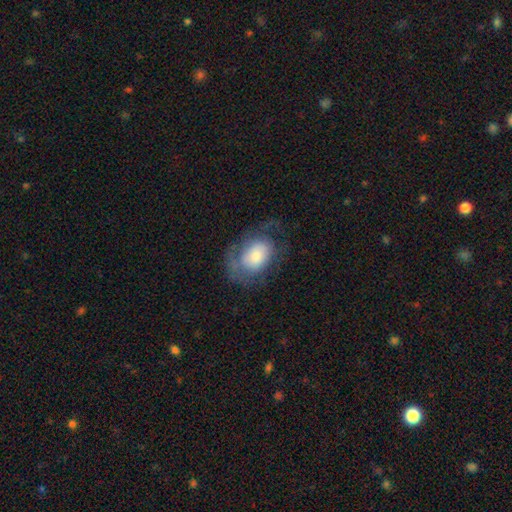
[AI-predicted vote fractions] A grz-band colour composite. It shows a smooth galaxy with no disk features (49%). Merging: none (51%).